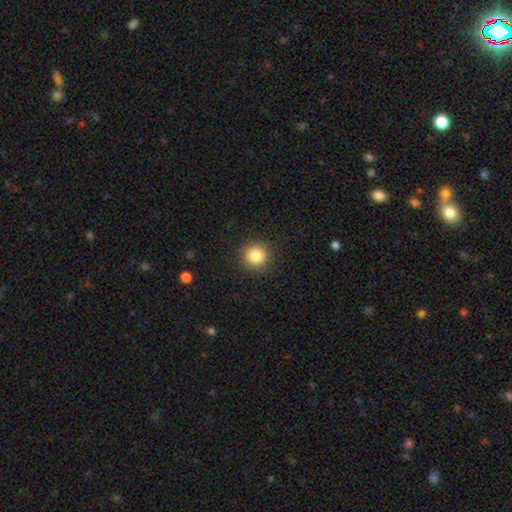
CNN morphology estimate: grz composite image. It shows a smooth galaxy with no disk features (84%) that is round (94%). Merging: none (91%).